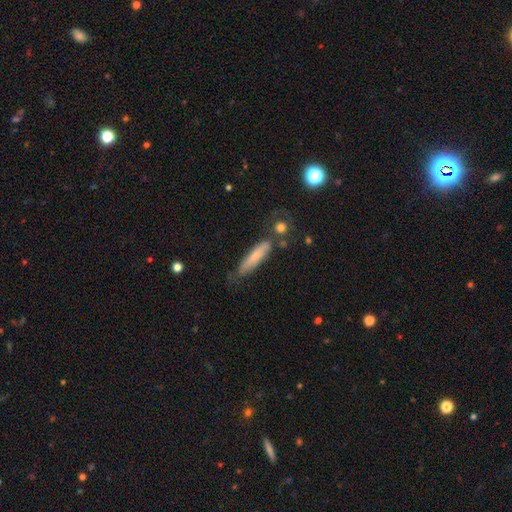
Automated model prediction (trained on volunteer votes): Smooth or featured? smooth (66%)
How rounded? cigar-shaped (84%)
Merging? none (64%)